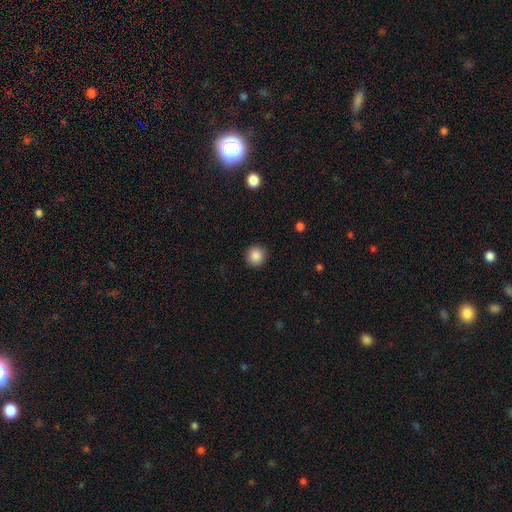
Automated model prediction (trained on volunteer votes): A smooth galaxy with no disk features (87%) that is round (94%).

Vote fractions:
- Smooth or featured? smooth: 87% / star or artifact: 9% / featured or disk: 4%
- How rounded? round: 94% / in between: 6% / cigar-shaped: 1%
- Merging? none: 92% / minor disturbance: 5% / major disturbance: 2% / merger: 1%